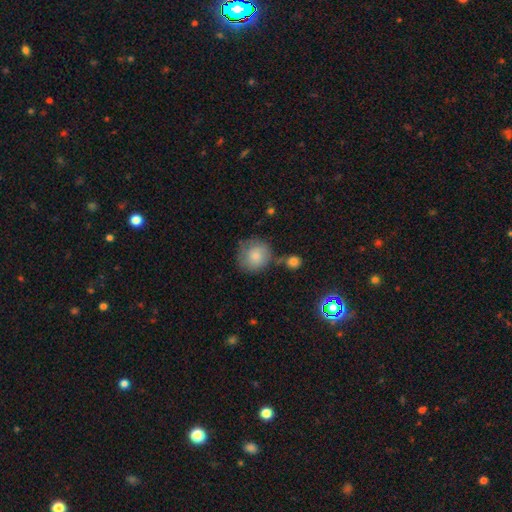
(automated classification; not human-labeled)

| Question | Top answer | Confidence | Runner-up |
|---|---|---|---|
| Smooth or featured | smooth | 79% | featured or disk (14%) |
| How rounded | round | 87% | in between (12%) |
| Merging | none | 62% | minor disturbance (22%) |